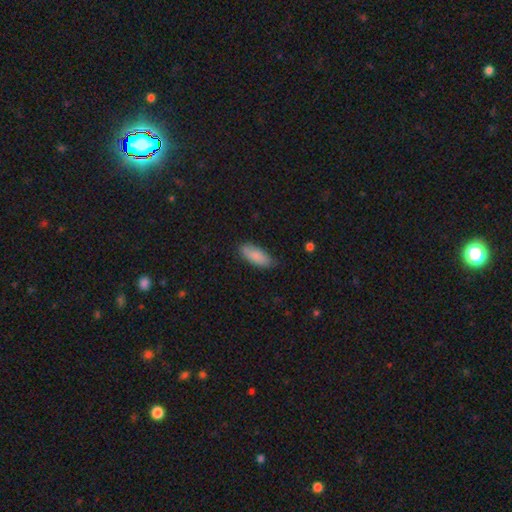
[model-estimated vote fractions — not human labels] This appears to be a smooth galaxy with no disk features (85%) that is in between round and cigar-shaped (79%). Merging: none (74%).